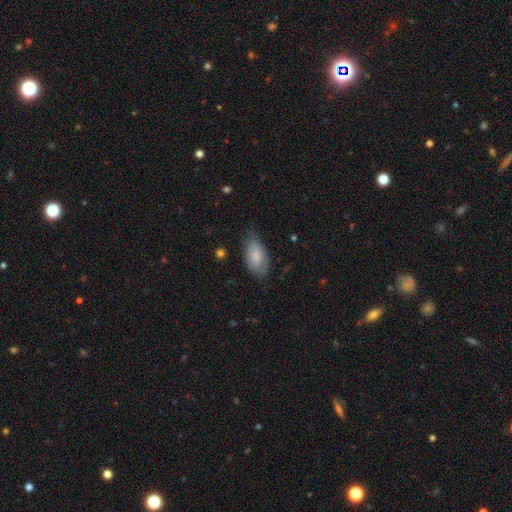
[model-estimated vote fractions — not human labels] smooth 82%, featured or disk 12%, star or artifact 6%. Down the decision tree: how rounded — in between (93%); merging — none (65%).